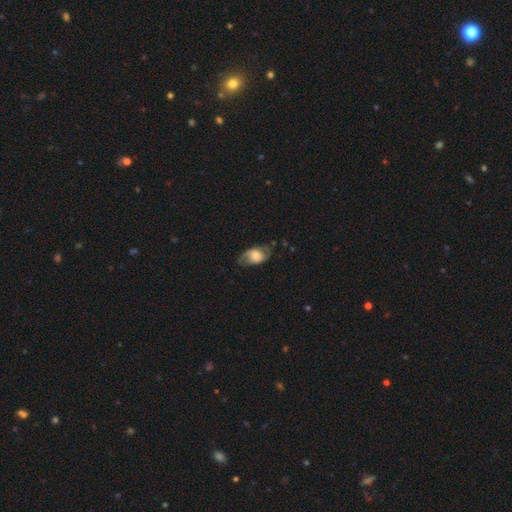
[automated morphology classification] The model was most divided on "smooth or featured": smooth: 48%, featured or disk: 45%, star or artifact: 7%. More confident: merging — none (64%).